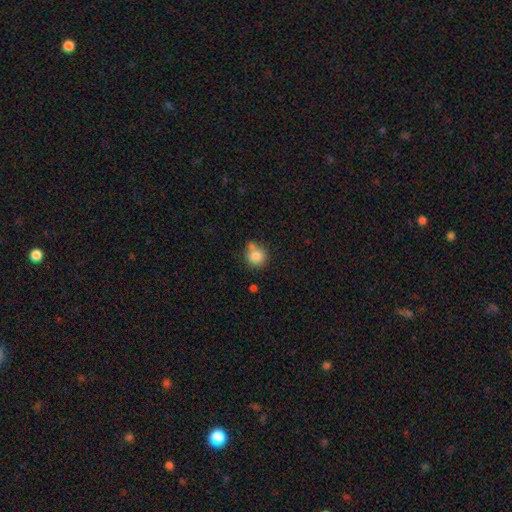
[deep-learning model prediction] A smooth galaxy with no disk features (83%) that is round (88%).

Vote fractions:
- Smooth or featured? smooth: 83% / star or artifact: 10% / featured or disk: 7%
- How rounded? round: 88% / in between: 11% / cigar-shaped: 1%
- Merging? none: 59% / merger: 22% / minor disturbance: 15% / major disturbance: 4%